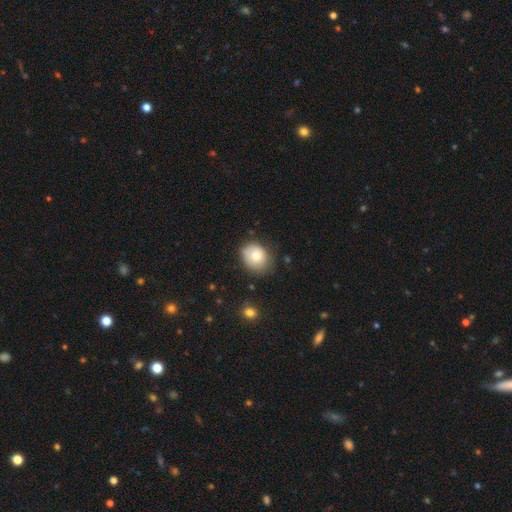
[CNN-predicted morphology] smooth 76%, featured or disk 16%, star or artifact 9%. Down the decision tree: how rounded — round (59%); merging — none (66%).